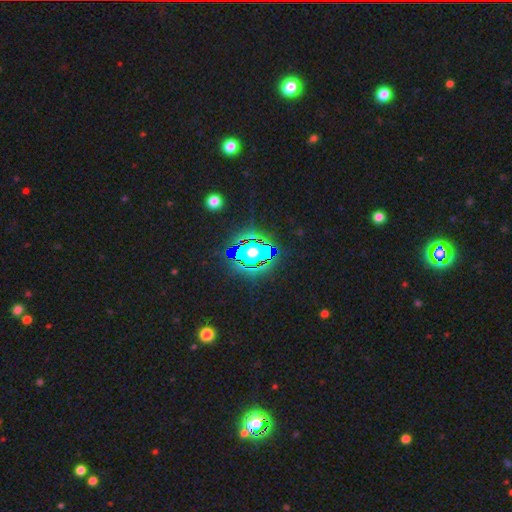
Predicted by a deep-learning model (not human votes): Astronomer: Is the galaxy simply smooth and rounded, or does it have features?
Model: star or artifact — 58%.